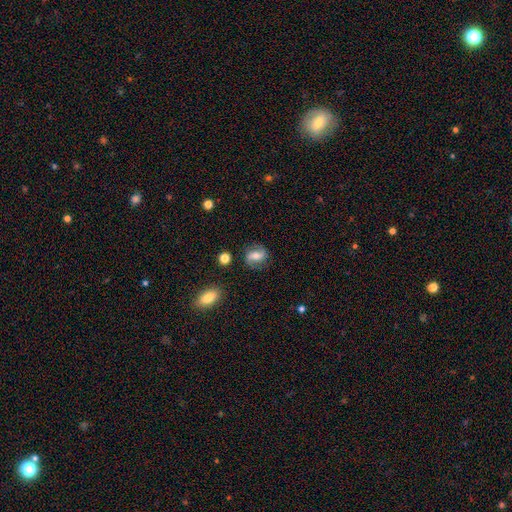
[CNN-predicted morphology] This appears to be a featured or disk galaxy (55%) with a weak bar (36%), spiral arms (85%) and a moderate central bulge (57%). Merging: none (80%).